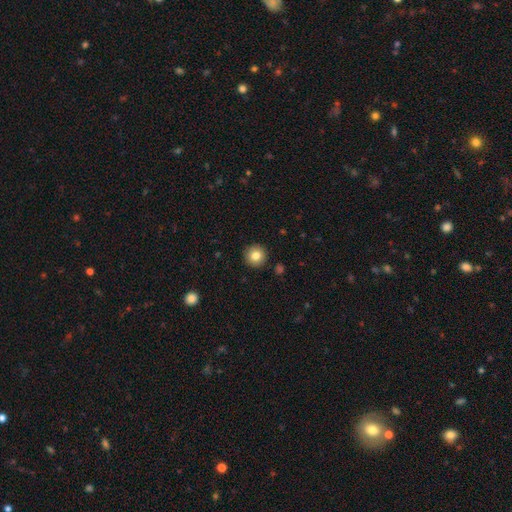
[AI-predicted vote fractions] smooth 82%, star or artifact 10%, featured or disk 8%. Down the decision tree: how rounded — round (95%); merging — none (92%).